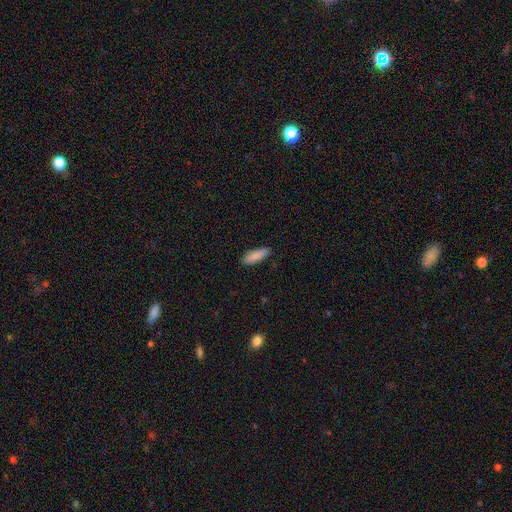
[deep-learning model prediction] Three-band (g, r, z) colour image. It shows a smooth galaxy with no disk features (88%) that is in between round and cigar-shaped (52%). Merging: none (87%).